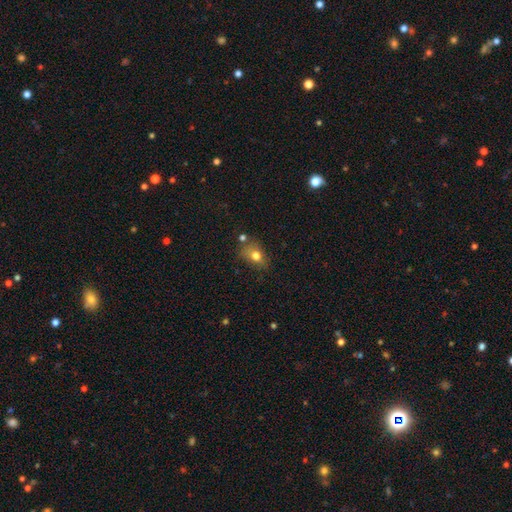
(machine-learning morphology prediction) The model was most divided on "merging": none: 55%, minor disturbance: 25%, merger: 10%, major disturbance: 10%. More confident: smooth or featured — smooth (74%); how rounded — in between (68%).